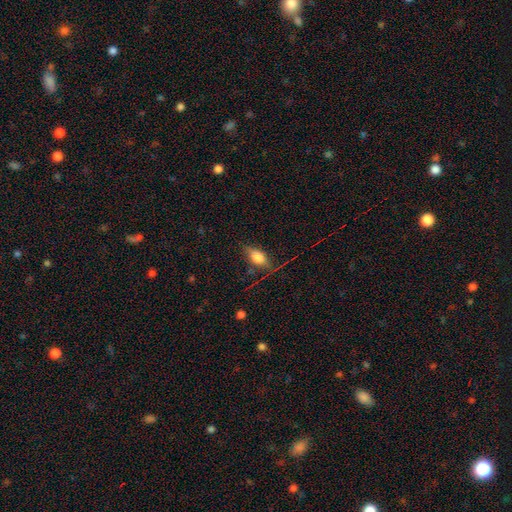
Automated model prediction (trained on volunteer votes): Overall: smooth (64%; featured or disk 25%). How rounded: in between (76%). Merging: none (64%).